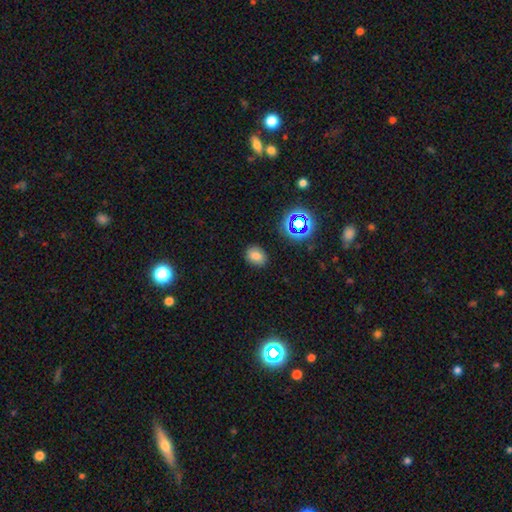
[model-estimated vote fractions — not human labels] Smooth or featured? Predicted: smooth (p=0.74). How rounded? Predicted: in between (p=0.56). Merging? Predicted: none (p=0.85).